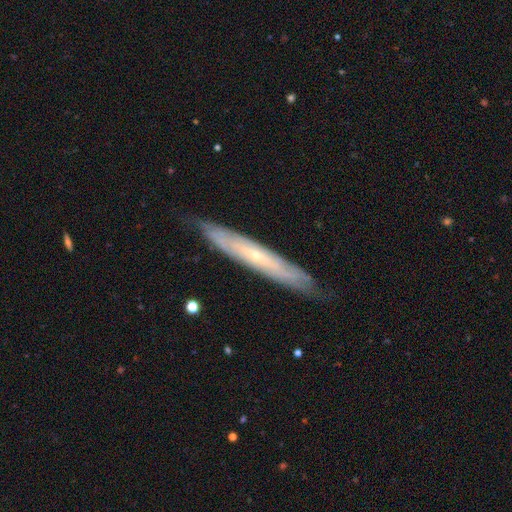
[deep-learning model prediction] This appears to be a featured or disk galaxy (72%) viewed edge-on (62%). Merging: none (81%).